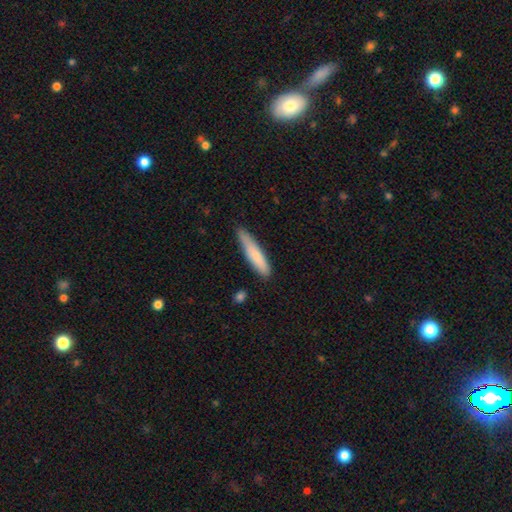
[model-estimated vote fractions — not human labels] Morphology: type=smooth (76%); roundness=cigar-shaped (86%); merging=none (74%).